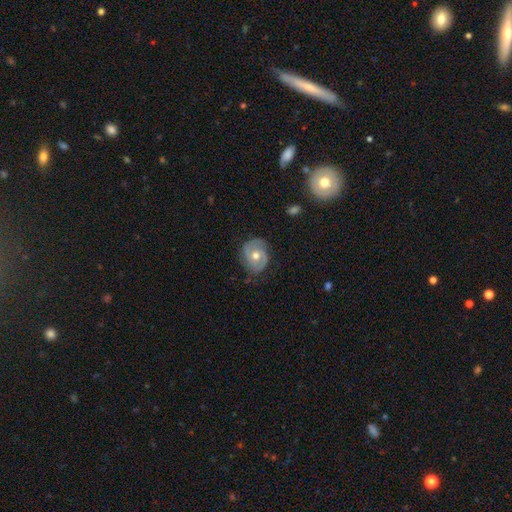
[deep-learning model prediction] This appears to be a featured or disk galaxy (60%) with no bar (74%), spiral arms (73%) and a moderate central bulge (78%). Merging: none (69%).